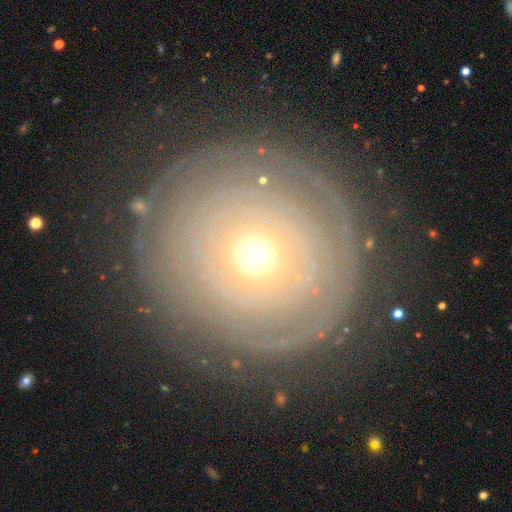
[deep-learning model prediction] Overall: featured or disk (66%; smooth 26%). Edge-on disk: no (96%). Bar: no (87%). Spiral arms: yes (60%; no 40%). Bulge size: small (50%; moderate 44%). Merging: none (81%).